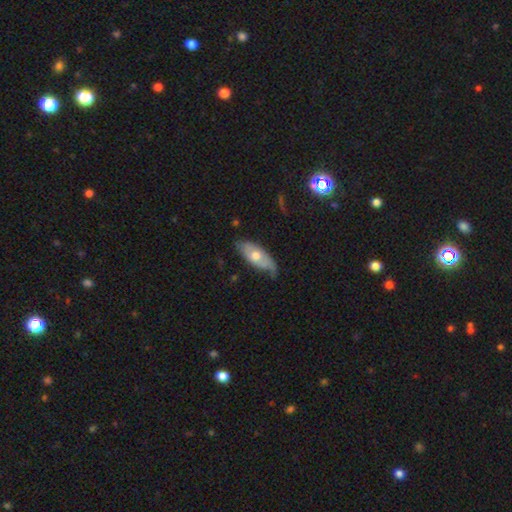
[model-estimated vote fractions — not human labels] smooth 53%, featured or disk 41%, star or artifact 6%. Down the decision tree: how rounded — in between (81%); merging — none (57%).